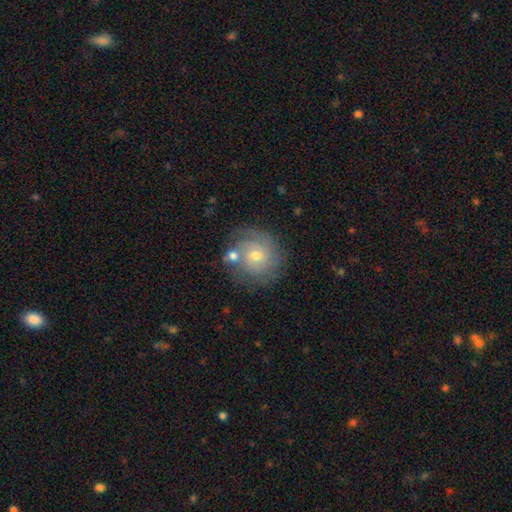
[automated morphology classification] featured or disk 50%, smooth 40%, star or artifact 10%. Down the decision tree: merging — none (66%).